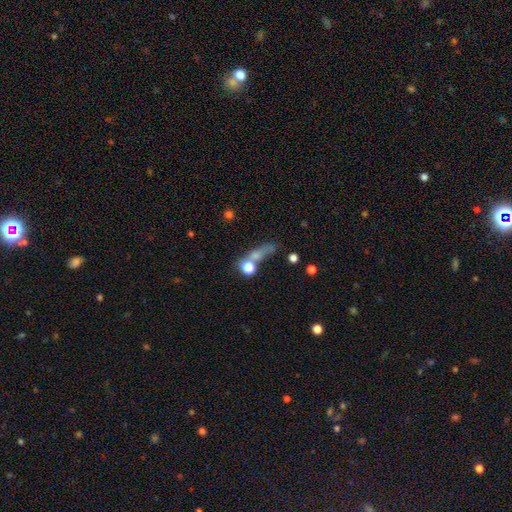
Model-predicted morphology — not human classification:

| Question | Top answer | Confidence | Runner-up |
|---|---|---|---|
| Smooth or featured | smooth | 59% | star or artifact (21%) |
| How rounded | round | 36% | in between (32%) |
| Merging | none | 42% | merger (26%) |